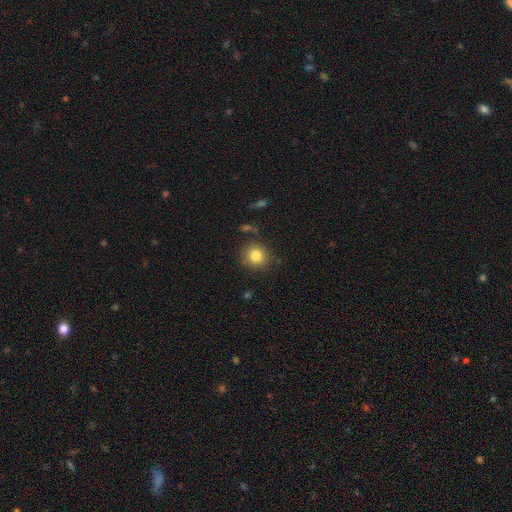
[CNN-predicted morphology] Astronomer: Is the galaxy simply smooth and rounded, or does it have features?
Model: smooth — 83%.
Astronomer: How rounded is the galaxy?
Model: round — 89%.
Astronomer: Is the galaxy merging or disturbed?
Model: none — 85%.